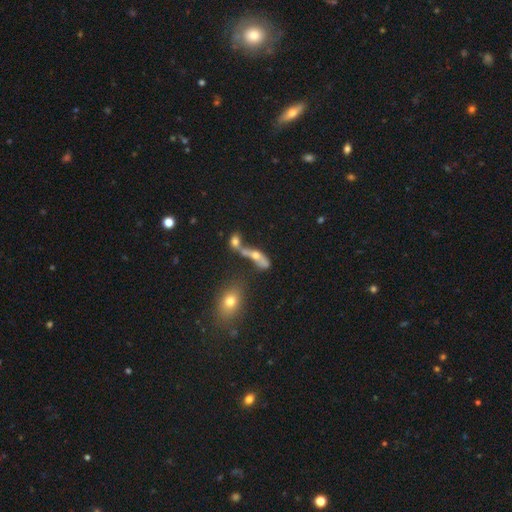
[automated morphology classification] featured or disk 45%, smooth 41%, star or artifact 14%. Down the decision tree: merging — merger (47%).